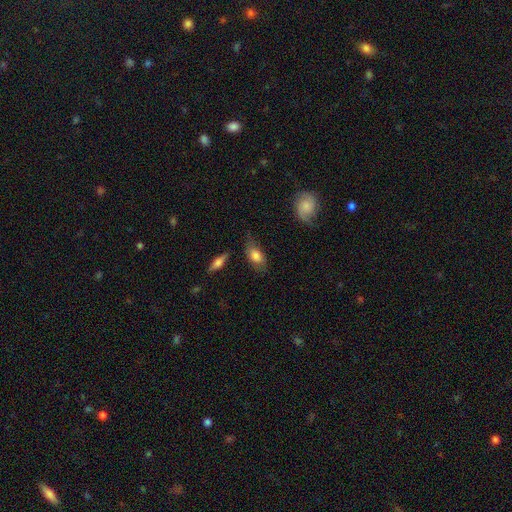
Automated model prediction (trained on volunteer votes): The model was most divided on "merging": none: 63%, minor disturbance: 26%, major disturbance: 8%, merger: 4%. More confident: how rounded — in between (88%); smooth or featured — smooth (76%).